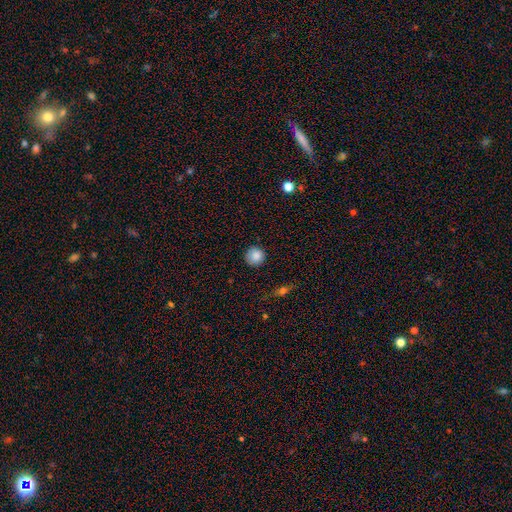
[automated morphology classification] smooth_or_featured: smooth (p=0.86) [alt: star or artifact p=0.09]
how_rounded: round (p=0.93) [alt: in between p=0.06]
merging: none (p=0.85) [alt: minor disturbance p=0.11]